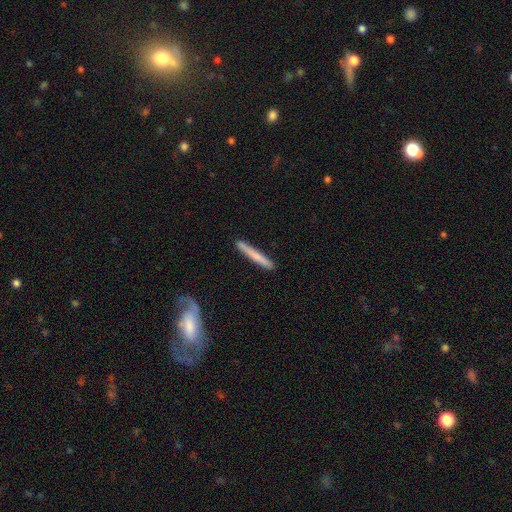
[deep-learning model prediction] smooth-or-featured: smooth: 62% | featured or disk: 33% | star or artifact: 5%
  how-rounded: cigar-shaped: 96% | in between: 3% | round: 1%
  merging: none: 88% | minor disturbance: 8% | merger: 2% | major disturbance: 2%